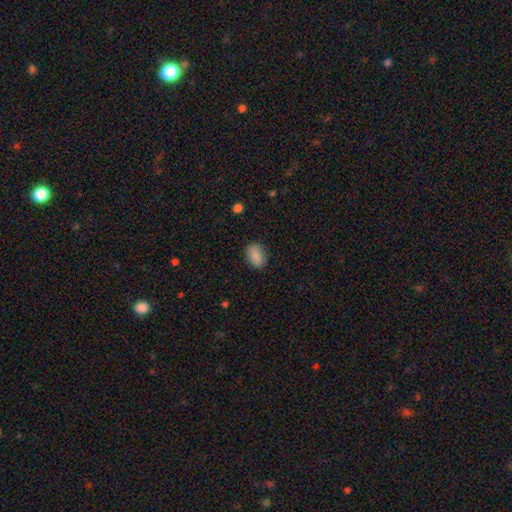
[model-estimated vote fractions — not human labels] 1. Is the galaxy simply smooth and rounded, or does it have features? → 86% smooth, 7% star or artifact, 7% featured or disk.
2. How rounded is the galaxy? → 84% in between, 14% round, 2% cigar-shaped.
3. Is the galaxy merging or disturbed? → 85% none, 11% minor disturbance, 3% major disturbance, 1% merger.